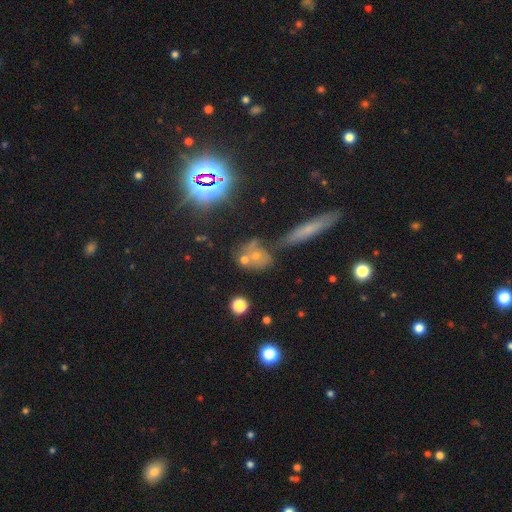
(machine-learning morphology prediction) Smooth or featured? smooth (43%)
Merging? none (56%)